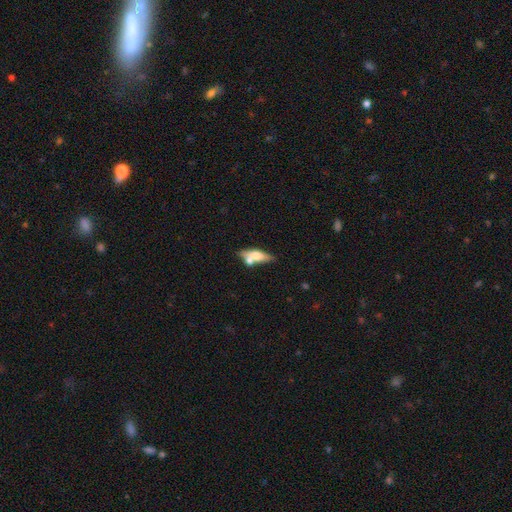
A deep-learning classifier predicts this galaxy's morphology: Overall: smooth (56%; featured or disk 37%). How rounded: in between (50%; cigar-shaped 46%). Merging: none (51%; merger 29%).